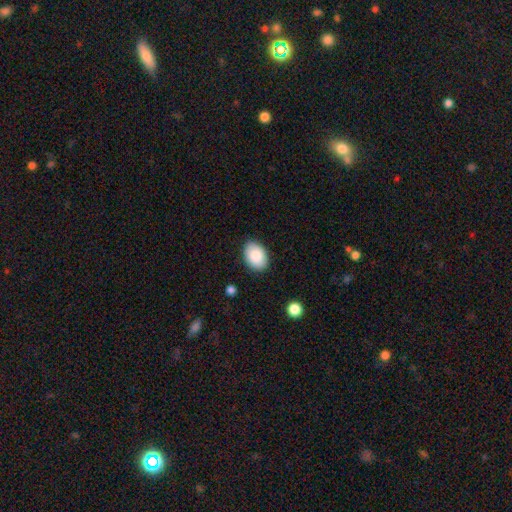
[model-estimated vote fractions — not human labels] A smooth galaxy with no disk features (87%) that is in between round and cigar-shaped (83%). Merging: none (87%).